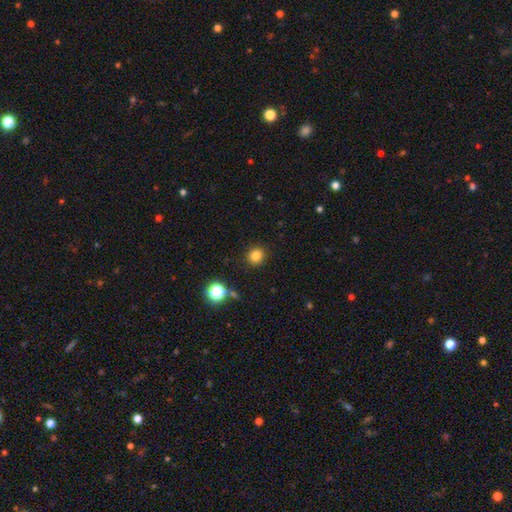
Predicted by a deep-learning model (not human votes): Smooth or featured? Predicted: smooth (p=0.81). How rounded? Predicted: round (p=0.87). Merging? Predicted: none (p=0.90).